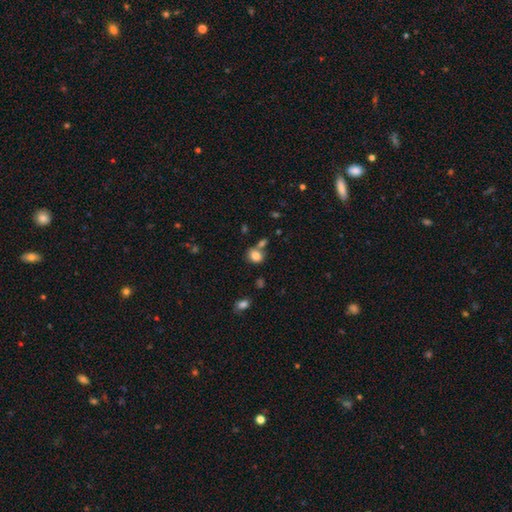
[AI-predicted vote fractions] Smooth or featured? Predicted: smooth (p=0.82). How rounded? Predicted: round (p=0.57). Merging? Predicted: none (p=0.62).